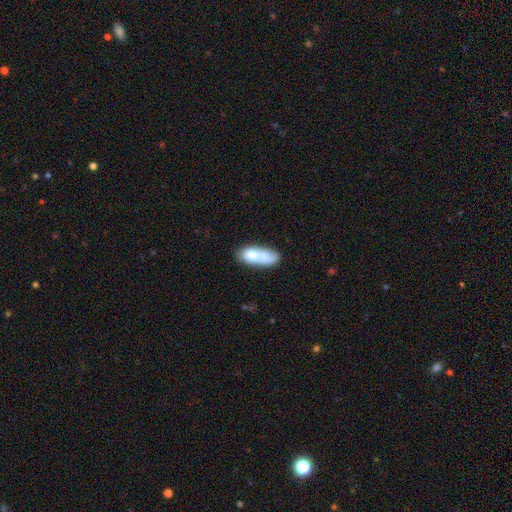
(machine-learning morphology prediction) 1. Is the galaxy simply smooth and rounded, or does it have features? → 70% smooth, 22% featured or disk, 7% star or artifact.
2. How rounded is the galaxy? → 76% in between, 20% cigar-shaped, 4% round.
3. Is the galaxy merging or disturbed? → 35% none (tied), 35% merger (tied), 20% minor disturbance, 10% major disturbance.